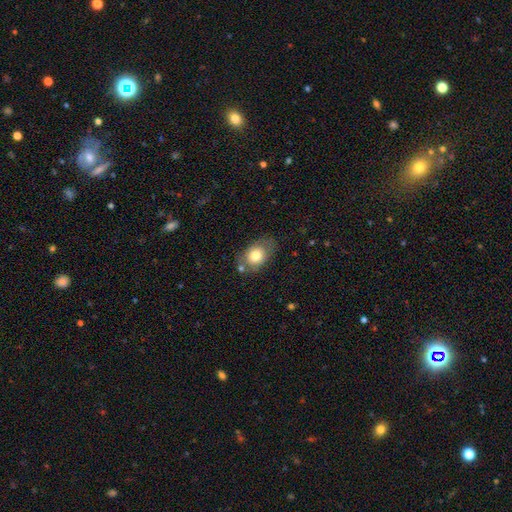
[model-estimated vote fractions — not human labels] Smooth or featured?
  - smooth: 73% *
  - featured or disk: 19%
  - star or artifact: 8%
How rounded?
  - in between: 71% *
  - round: 28%
  - cigar-shaped: 1%
Merging?
  - none: 66% *
  - minor disturbance: 20%
  - merger: 7%
  - major disturbance: 7%